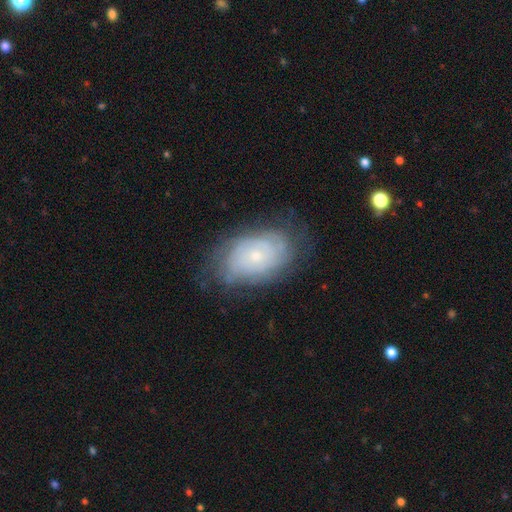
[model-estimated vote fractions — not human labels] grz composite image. It shows a featured or disk galaxy (68%) with no bar (83%), tight (75%) spiral arms (85%) and a small central bulge (72%). Merging: none (69%).